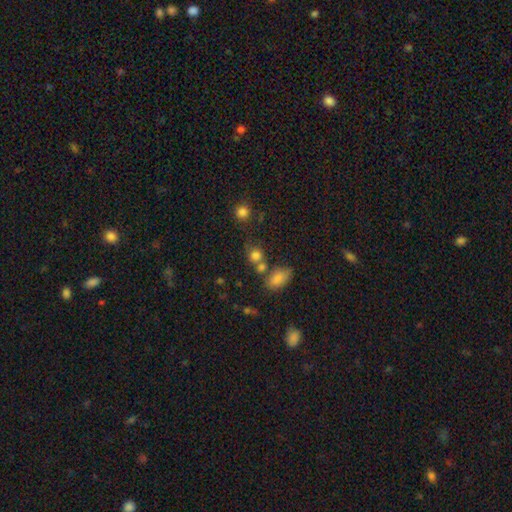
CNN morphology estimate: Overall: smooth (79%). How rounded: round (72%). Merging: none (54%; merger 27%).